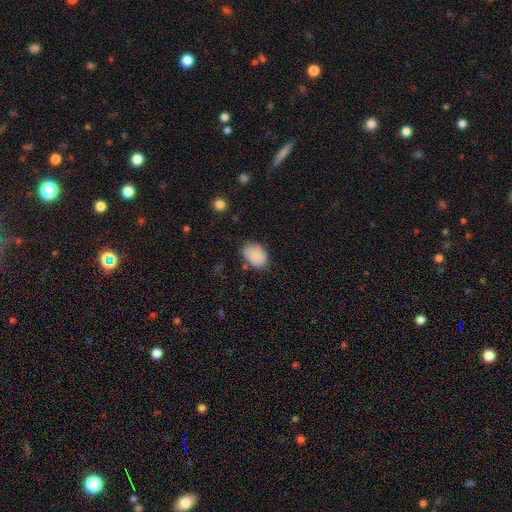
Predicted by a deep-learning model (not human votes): Morphology: type=smooth (87%); roundness=in between (79%); merging=none (74%).